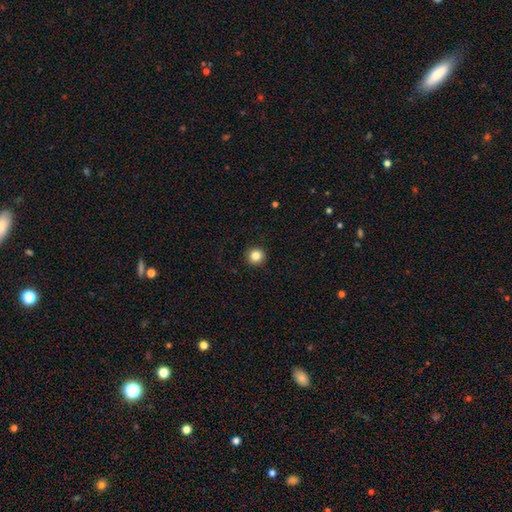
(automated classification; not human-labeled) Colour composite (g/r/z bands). It shows a smooth galaxy with no disk features (85%) that is round (95%). Merging: none (93%).